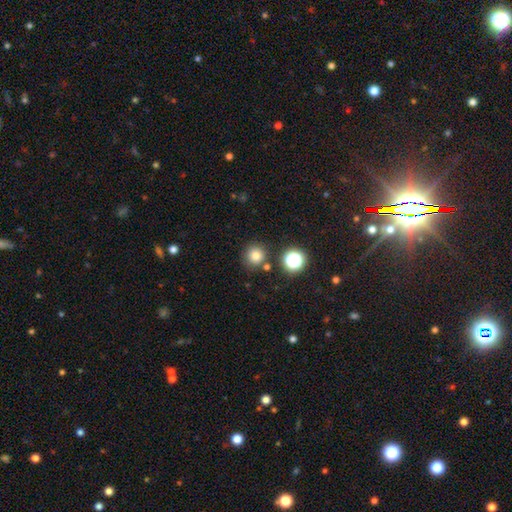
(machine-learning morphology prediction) Smooth or featured: smooth — 77% (star or artifact — 16%)
How rounded: round — 93% (in between — 6%)
Merging: none — 80% (minor disturbance — 9%)